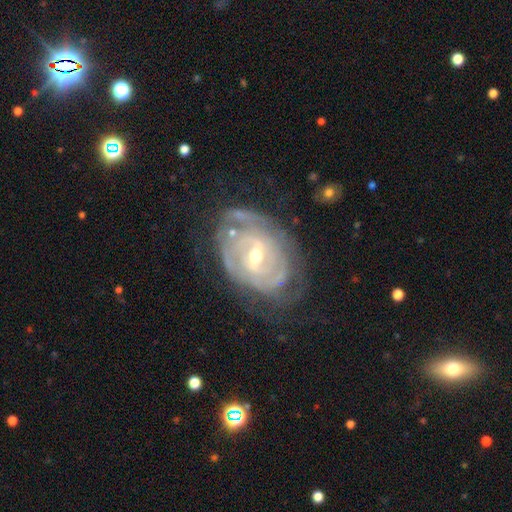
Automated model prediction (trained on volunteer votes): Morphology: type=featured or disk (87%); edge-on=no (96%); bar=weak (53%); spiral arms=yes (92%); winding=tight (75%); arm count=can't tell (41%); bulge=moderate (48%, tied with small); merging=none (65%).